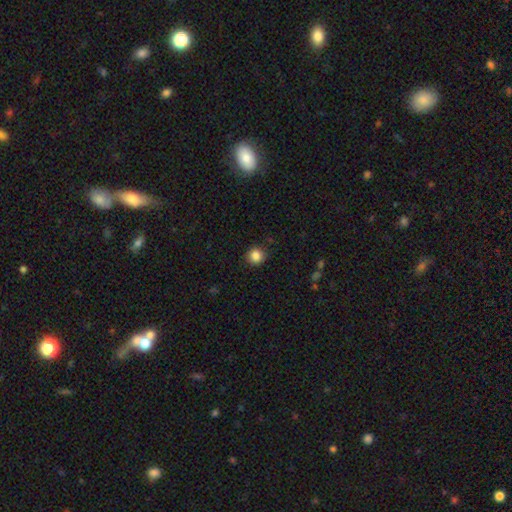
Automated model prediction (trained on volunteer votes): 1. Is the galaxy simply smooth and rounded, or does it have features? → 86% smooth, 10% star or artifact, 4% featured or disk.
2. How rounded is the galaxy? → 90% round, 9% in between, 1% cigar-shaped.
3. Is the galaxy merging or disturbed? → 89% none, 8% minor disturbance, 2% major disturbance, 1% merger.